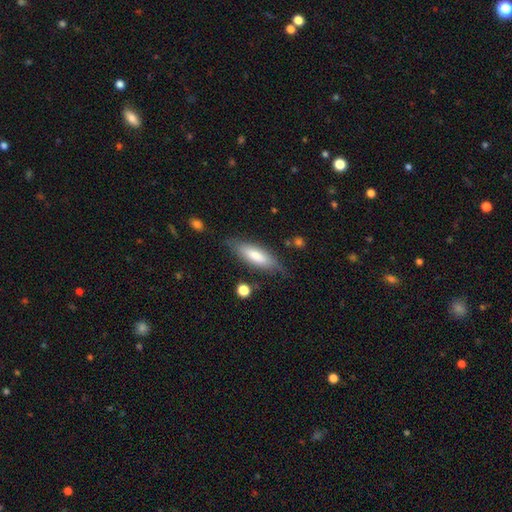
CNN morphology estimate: smooth-or-featured: smooth: 71% | featured or disk: 23% | star or artifact: 6%
  how-rounded: in between: 54% | cigar-shaped: 45% | round: 2%
  merging: none: 73% | minor disturbance: 19% | major disturbance: 5% | merger: 3%